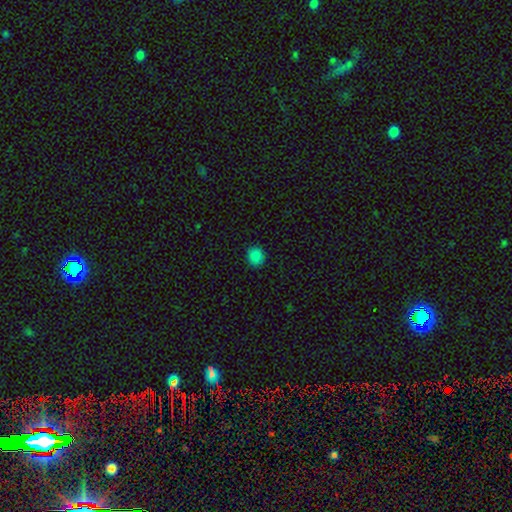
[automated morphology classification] type=smooth (85%); roundness=round (83%); merging=none (90%).